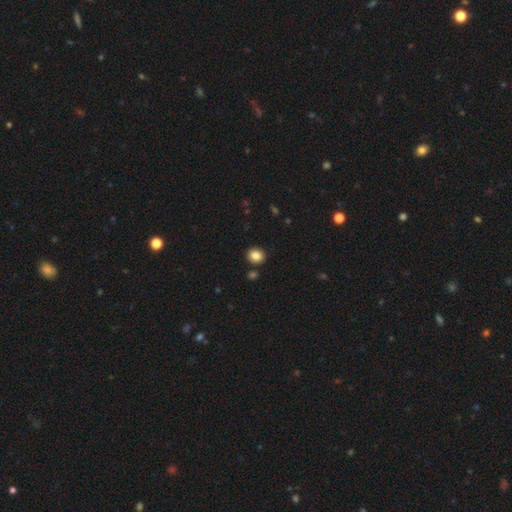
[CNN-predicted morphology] Smooth or featured? smooth (85%)
How rounded? round (75%)
Merging? none (88%)